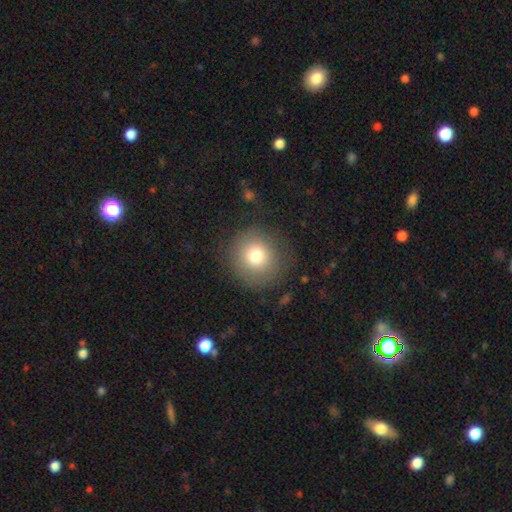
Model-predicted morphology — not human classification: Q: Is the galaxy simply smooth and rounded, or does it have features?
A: smooth — 78%.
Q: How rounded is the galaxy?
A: round — 92%.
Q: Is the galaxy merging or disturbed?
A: none — 83%.